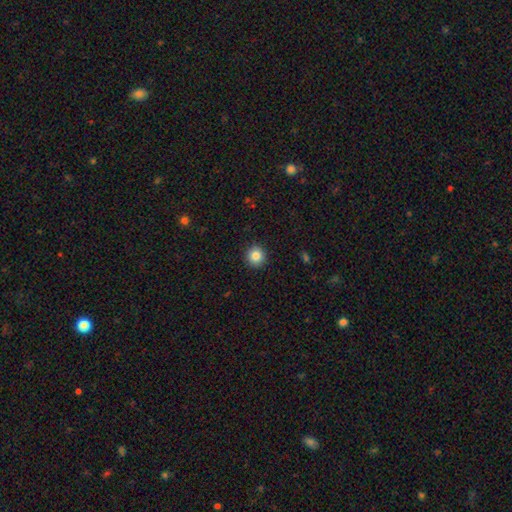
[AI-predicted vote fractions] Overall: smooth (85%). How rounded: round (94%). Merging: none (93%).